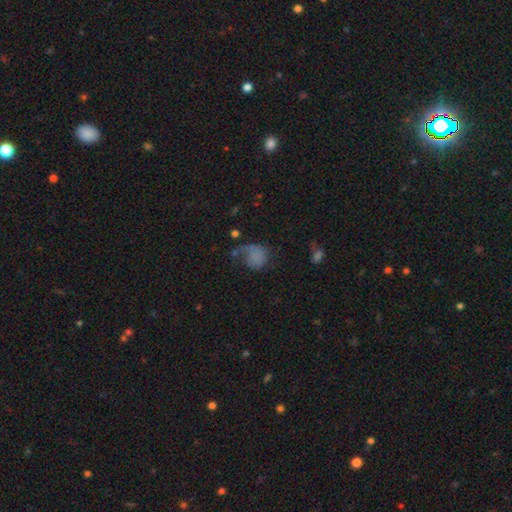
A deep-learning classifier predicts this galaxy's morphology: smooth_or_featured: smooth (p=0.61) [alt: featured or disk p=0.27]
how_rounded: round (p=0.69) [alt: in between p=0.30]
merging: major disturbance (p=0.44) [alt: none p=0.29]